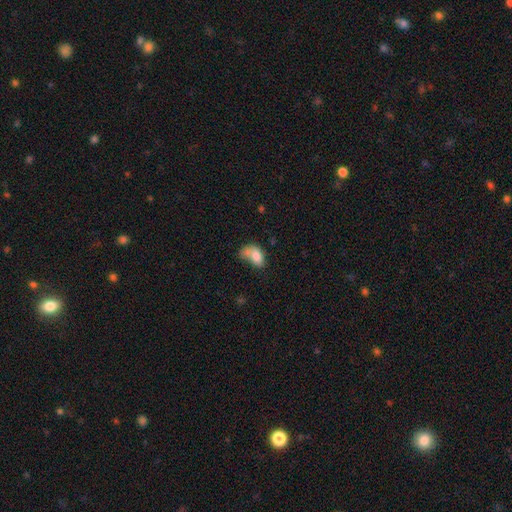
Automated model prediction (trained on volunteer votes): Smooth or featured?
  - smooth: 77% *
  - featured or disk: 15%
  - star or artifact: 9%
How rounded?
  - in between: 85% *
  - round: 13%
  - cigar-shaped: 2%
Merging?
  - merger: 33% *
  - major disturbance: 23%
  - none: 23%
  - minor disturbance: 22%